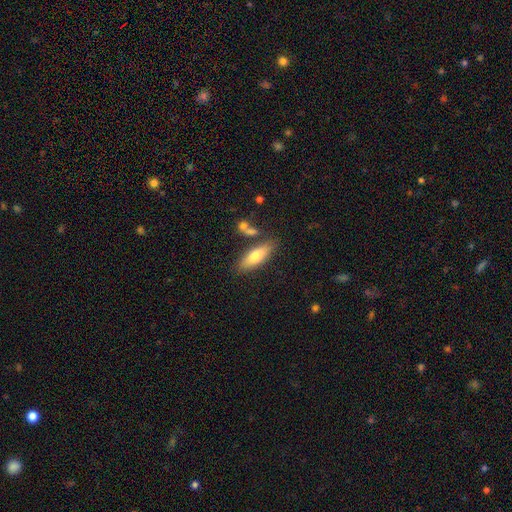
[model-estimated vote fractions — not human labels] A smooth galaxy with no disk features (72%) that is in between round and cigar-shaped (57%).

Vote fractions:
- Smooth or featured? smooth: 72% / featured or disk: 22% / star or artifact: 6%
- How rounded? in between: 57% / cigar-shaped: 41% / round: 2%
- Merging? none: 76% / minor disturbance: 13% / merger: 8% / major disturbance: 3%